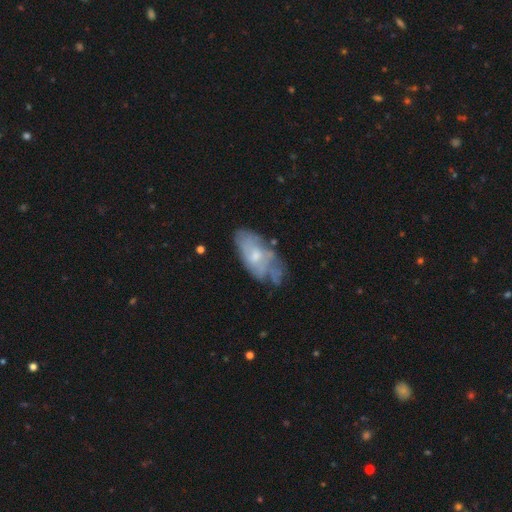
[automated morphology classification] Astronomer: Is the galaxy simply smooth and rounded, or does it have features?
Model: featured or disk — 53% (runner-up: smooth, 39%).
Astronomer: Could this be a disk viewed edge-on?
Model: no — 91%.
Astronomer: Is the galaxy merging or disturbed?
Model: none — 48% (runner-up: minor disturbance, 30%).